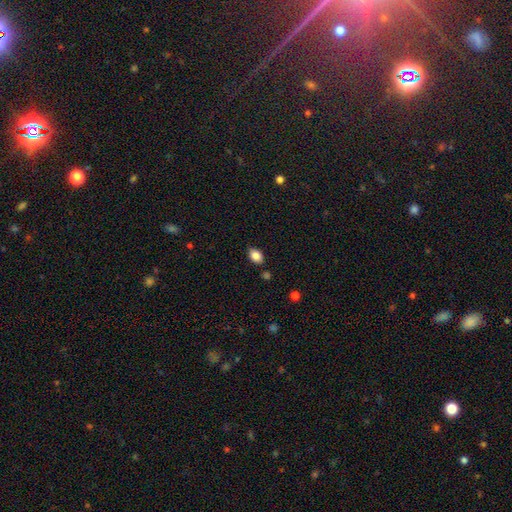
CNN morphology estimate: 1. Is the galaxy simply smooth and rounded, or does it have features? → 86% smooth, 8% star or artifact, 5% featured or disk.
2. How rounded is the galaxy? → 85% in between, 14% round, 1% cigar-shaped.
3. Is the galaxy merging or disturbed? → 82% none, 12% minor disturbance, 3% merger, 2% major disturbance.